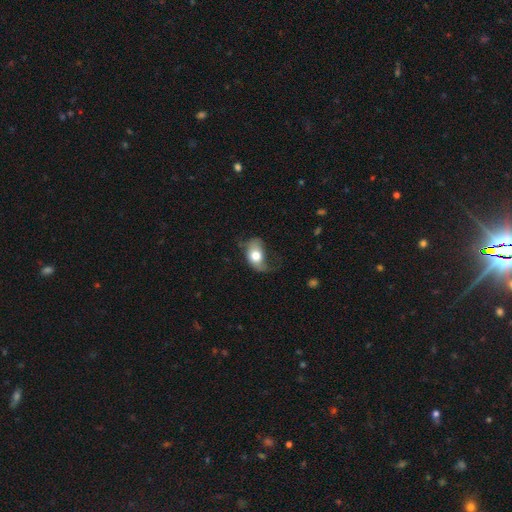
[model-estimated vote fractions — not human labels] This is likely a smooth galaxy (66%). How rounded: clearly in between (82%). Merging: marginally major disturbance (39%).